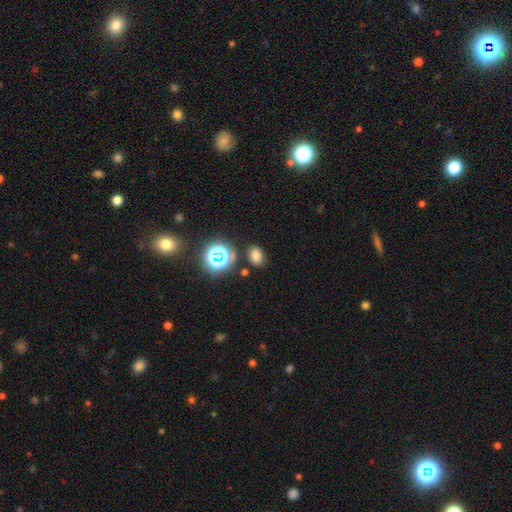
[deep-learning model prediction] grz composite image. It shows a smooth galaxy with no disk features (72%) that is in between round and cigar-shaped (73%). Merging: none (83%).